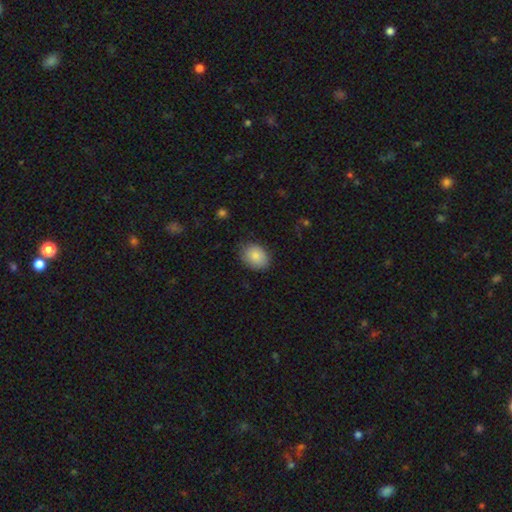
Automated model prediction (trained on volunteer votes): The model was most divided on "how rounded": in between: 67%, round: 32%, cigar-shaped: 1%. More confident: smooth or featured — smooth (85%); merging — none (80%).